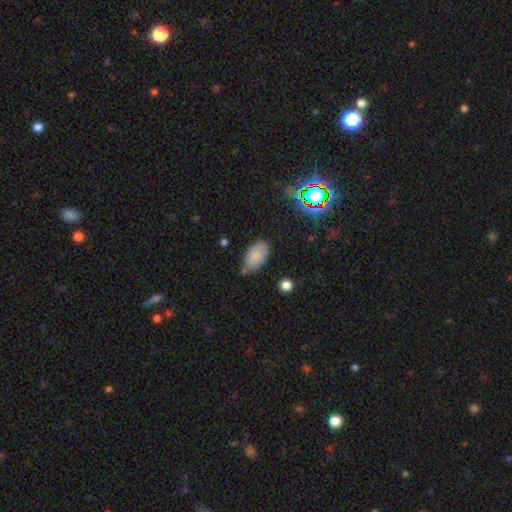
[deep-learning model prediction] A smooth galaxy with no disk features (83%) that is in between round and cigar-shaped (93%).

Vote fractions:
- Smooth or featured? smooth: 83% / star or artifact: 9% / featured or disk: 8%
- How rounded? in between: 93% / round: 4% / cigar-shaped: 2%
- Merging? none: 57% / minor disturbance: 30% / merger: 6% / major disturbance: 6%